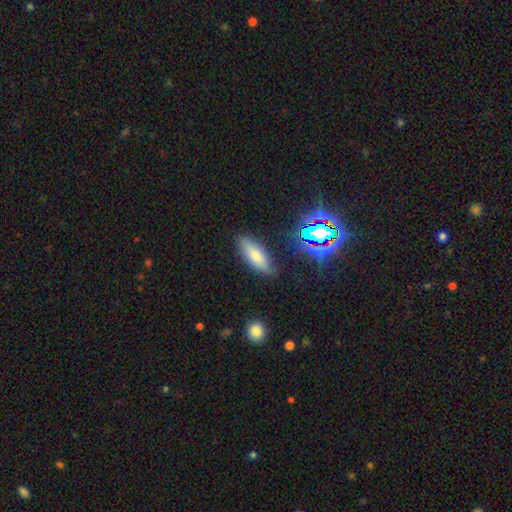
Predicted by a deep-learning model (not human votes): Morphology: type=smooth (71%); roundness=in between (67%); merging=none (82%).